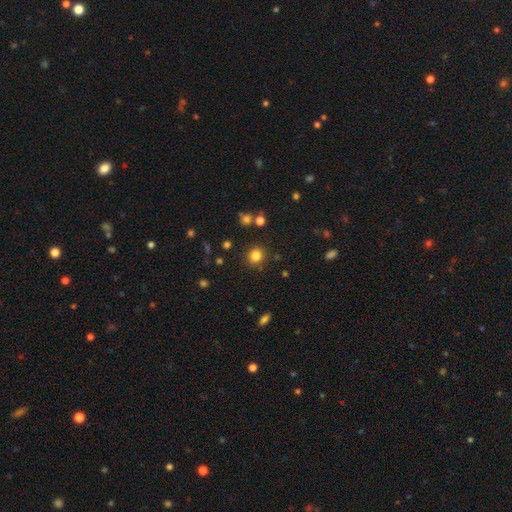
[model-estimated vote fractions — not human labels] Smooth or featured?
  - smooth: 82% *
  - star or artifact: 13%
  - featured or disk: 5%
How rounded?
  - round: 88% *
  - in between: 11%
  - cigar-shaped: 1%
Merging?
  - none: 86% *
  - minor disturbance: 8%
  - merger: 3%
  - major disturbance: 3%